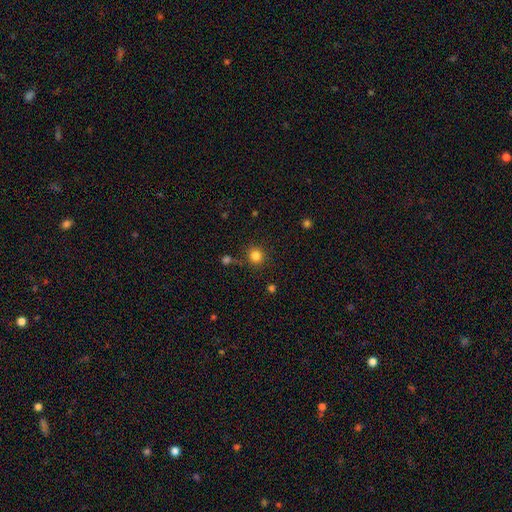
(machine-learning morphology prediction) Smooth or featured: smooth — 83% (star or artifact — 13%)
How rounded: round — 92% (in between — 7%)
Merging: none — 84% (minor disturbance — 8%)